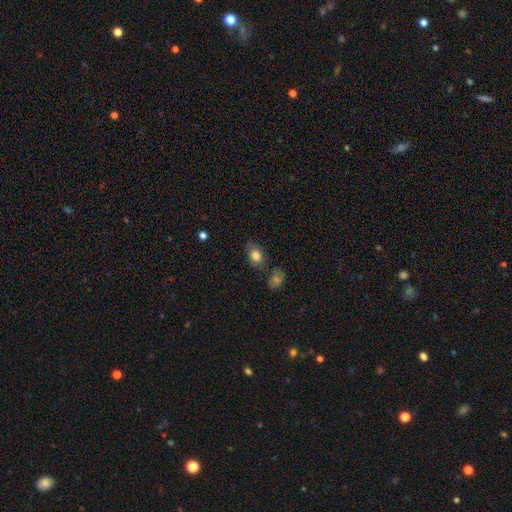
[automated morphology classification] A smooth galaxy with no disk features (81%) that is in between round and cigar-shaped (73%). Merging: none (72%).